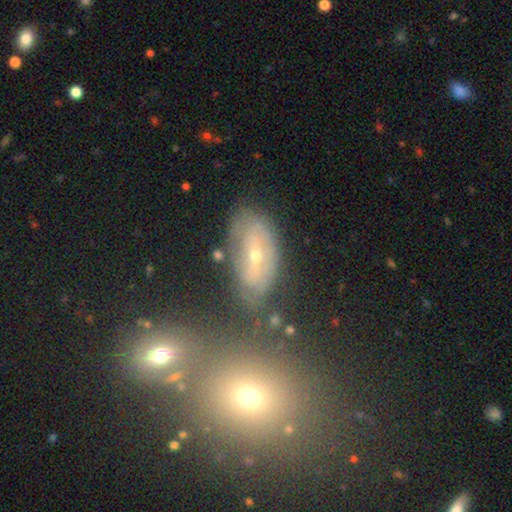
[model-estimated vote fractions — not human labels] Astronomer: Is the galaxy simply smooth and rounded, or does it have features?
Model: featured or disk — 61%.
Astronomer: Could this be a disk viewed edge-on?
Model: no — 90%.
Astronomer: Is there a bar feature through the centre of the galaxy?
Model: no — 51% (runner-up: weak, 35%).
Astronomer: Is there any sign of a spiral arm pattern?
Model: yes — 59% (runner-up: no, 41%).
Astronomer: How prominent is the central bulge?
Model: small — 64%.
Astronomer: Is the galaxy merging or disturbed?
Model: none — 61%.